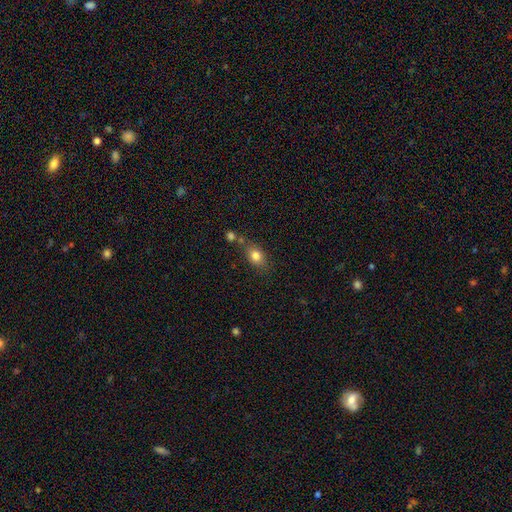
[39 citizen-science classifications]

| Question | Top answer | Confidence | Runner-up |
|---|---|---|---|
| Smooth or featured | smooth | 77% | featured or disk (21%) |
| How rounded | in between | 53% | round (43%) |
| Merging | none | 58% | merger (29%) |